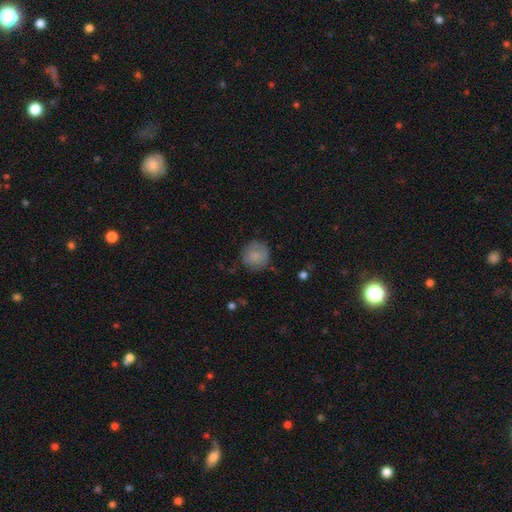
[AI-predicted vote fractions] A smooth galaxy with no disk features (82%) that is round (93%).

Vote fractions:
- Smooth or featured? smooth: 82% / featured or disk: 11% / star or artifact: 7%
- How rounded? round: 93% / in between: 6% / cigar-shaped: 1%
- Merging? none: 78% / minor disturbance: 16% / major disturbance: 4% / merger: 1%